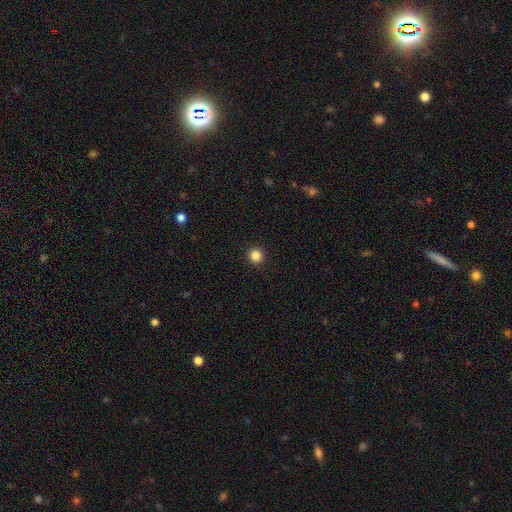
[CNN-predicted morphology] The model was most divided on "smooth or featured": smooth: 85%, star or artifact: 12%, featured or disk: 3%. More confident: how rounded — round (94%); merging — none (93%).